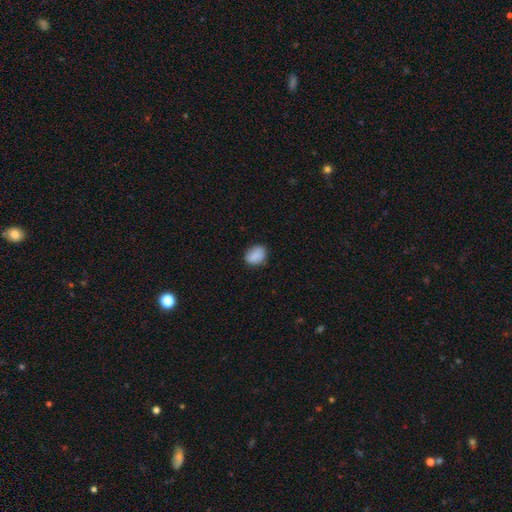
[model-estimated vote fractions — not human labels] The model was most divided on "how rounded": in between: 64%, round: 35%, cigar-shaped: 1%. More confident: smooth or featured — smooth (88%); merging — none (78%).